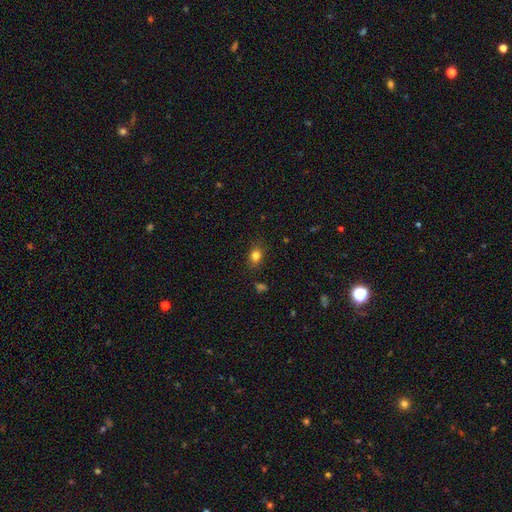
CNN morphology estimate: smooth 81%, star or artifact 12%, featured or disk 6%. Down the decision tree: how rounded — in between (56%); merging — none (83%).